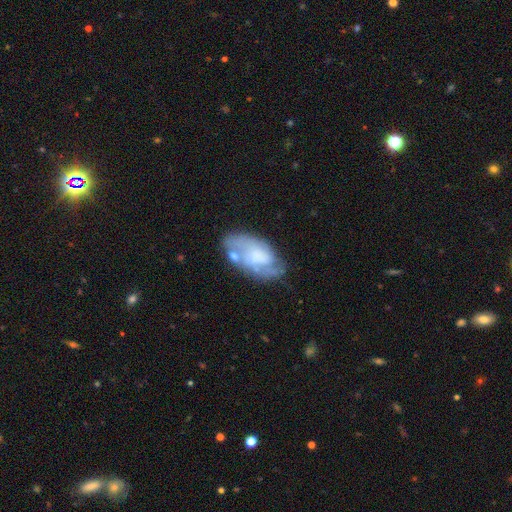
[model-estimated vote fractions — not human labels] Smooth or featured: featured or disk — 60% (smooth — 32%)
Edge-on disk: no — 95% (yes — 5%)
Bar: no — 69% (weak — 25%)
Spiral arms: yes — 66% (no — 34%)
Bulge size: none — 39% (small — 23%)
Merging: none — 53% (minor disturbance — 25%)